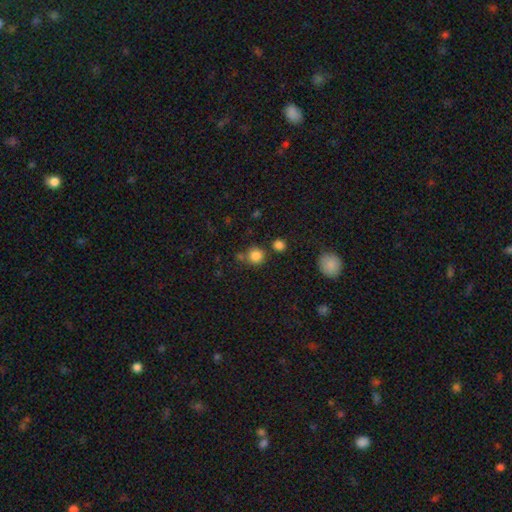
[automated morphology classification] Q: Smooth or featured?
A: smooth (83%); runner-up: star or artifact (12%)
Q: How rounded?
A: round (91%); runner-up: in between (8%)
Q: Merging?
A: none (73%); runner-up: merger (13%)